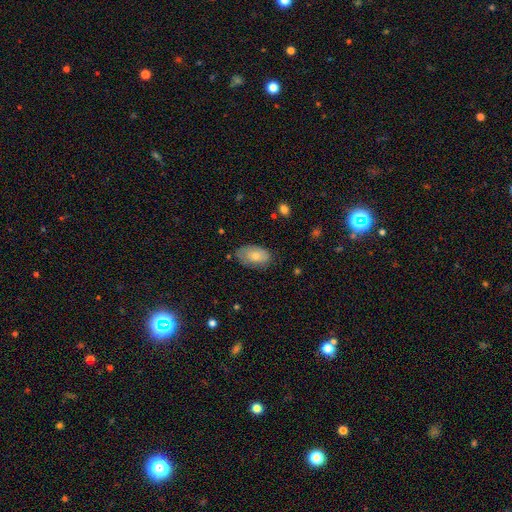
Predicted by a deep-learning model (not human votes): Morphology: type=smooth (70%); roundness=in between (93%); merging=none (67%).